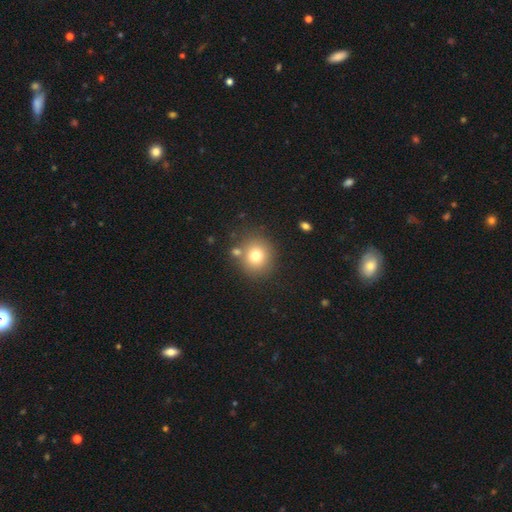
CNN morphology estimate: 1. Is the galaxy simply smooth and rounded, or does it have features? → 76% smooth, 12% star or artifact, 12% featured or disk.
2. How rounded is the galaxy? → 84% round, 15% in between, 1% cigar-shaped.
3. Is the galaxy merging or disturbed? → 77% none, 10% merger, 10% minor disturbance, 4% major disturbance.